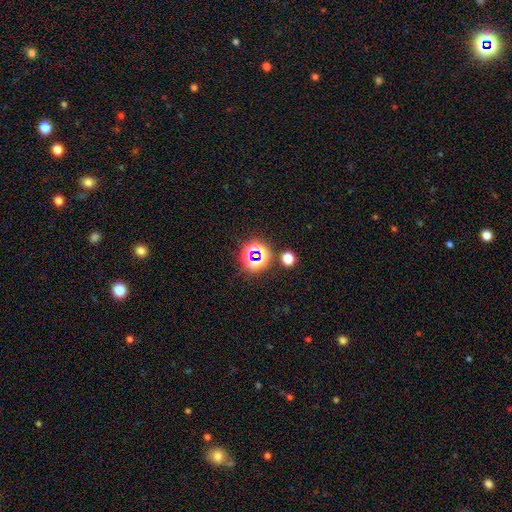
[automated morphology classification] smooth_or_featured: star or artifact (p=0.61) [alt: smooth p=0.29]